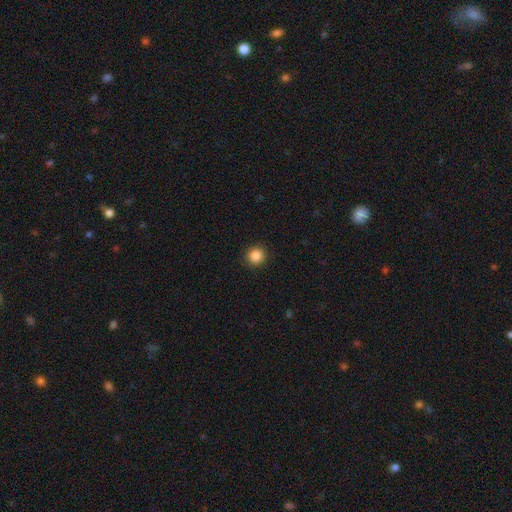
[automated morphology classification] Smooth or featured: smooth — 86% (star or artifact — 11%)
How rounded: round — 94% (in between — 5%)
Merging: none — 92% (minor disturbance — 5%)